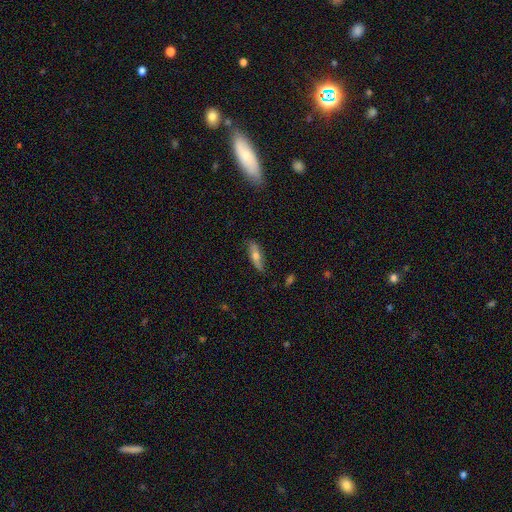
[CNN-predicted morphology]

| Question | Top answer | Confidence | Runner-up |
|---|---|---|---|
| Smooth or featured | smooth | 54% | featured or disk (40%) |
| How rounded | cigar-shaped | 50% | in between (47%) |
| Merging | none | 80% | minor disturbance (16%) |